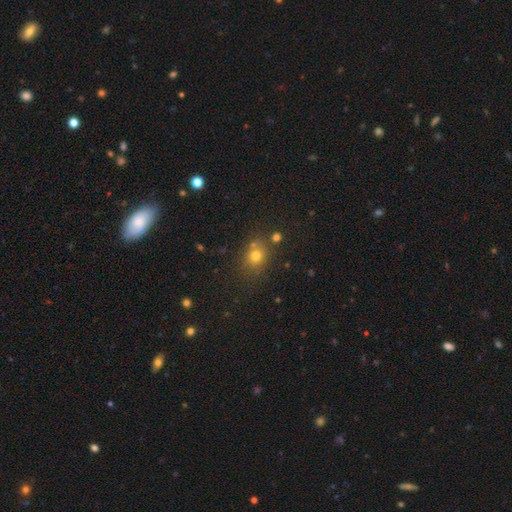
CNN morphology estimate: Smooth or featured?
  - smooth: 72% *
  - star or artifact: 18%
  - featured or disk: 10%
How rounded?
  - round: 67% *
  - in between: 32%
  - cigar-shaped: 1%
Merging?
  - none: 72% *
  - minor disturbance: 13%
  - merger: 11%
  - major disturbance: 4%